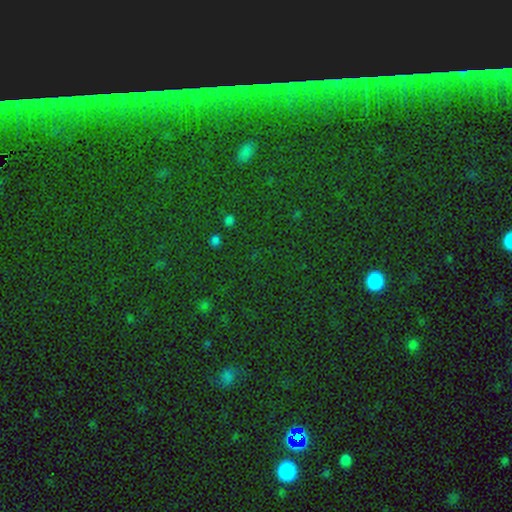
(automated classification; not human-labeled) Smooth or featured? star or artifact (77%)